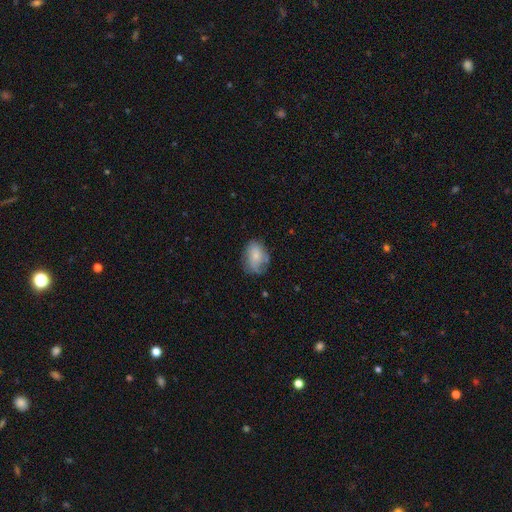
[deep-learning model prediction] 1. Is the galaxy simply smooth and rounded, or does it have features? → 69% smooth, 23% featured or disk, 8% star or artifact.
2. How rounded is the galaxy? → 74% in between, 24% round, 1% cigar-shaped.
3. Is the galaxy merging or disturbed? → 56% none, 30% minor disturbance, 12% major disturbance, 2% merger.